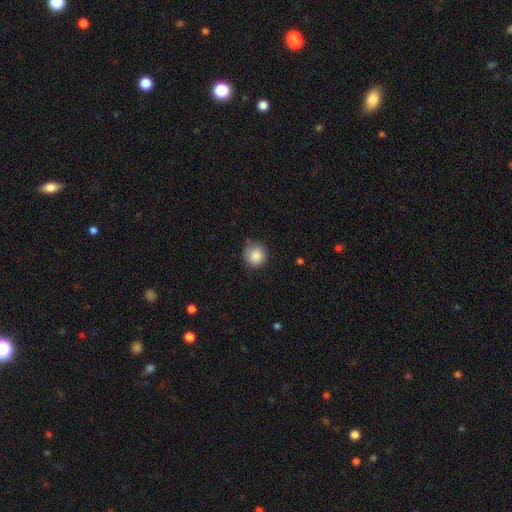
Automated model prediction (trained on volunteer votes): This appears to be a smooth galaxy with no disk features (86%) that is round (92%). Merging: none (73%).